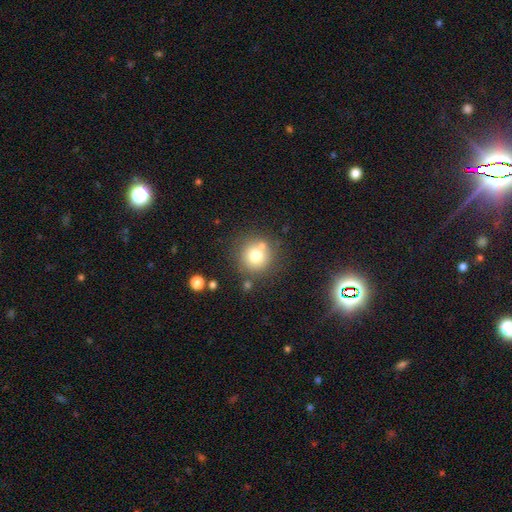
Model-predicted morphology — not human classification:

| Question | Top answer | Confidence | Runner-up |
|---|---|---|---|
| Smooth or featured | smooth | 74% | featured or disk (13%) |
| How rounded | round | 93% | in between (6%) |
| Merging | none | 72% | merger (14%) |